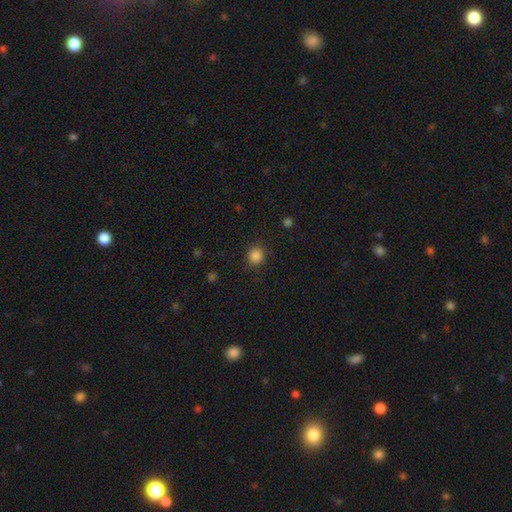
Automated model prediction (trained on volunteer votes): Smooth or featured? Predicted: smooth (p=0.85). How rounded? Predicted: round (p=0.89). Merging? Predicted: none (p=0.87).